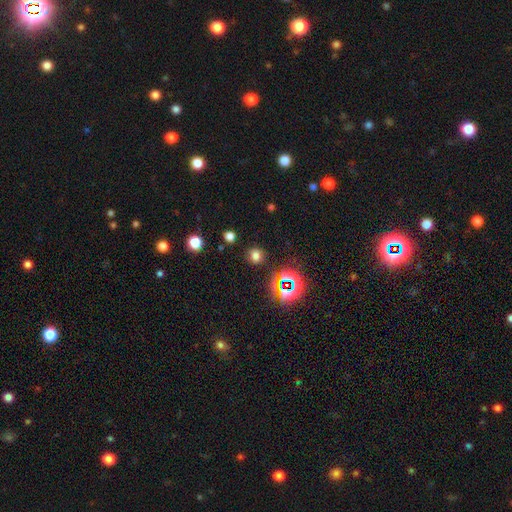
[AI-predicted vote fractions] Smooth or featured?
  - smooth: 67% *
  - star or artifact: 27%
  - featured or disk: 7%
How rounded?
  - round: 85% *
  - in between: 14%
  - cigar-shaped: 1%
Merging?
  - none: 87% *
  - minor disturbance: 7%
  - major disturbance: 3%
  - merger: 2%